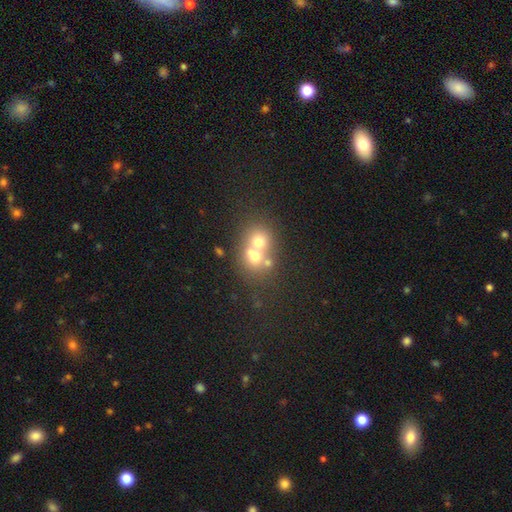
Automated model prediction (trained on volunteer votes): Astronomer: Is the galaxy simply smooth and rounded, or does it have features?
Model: smooth — 58%.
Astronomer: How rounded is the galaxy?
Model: round — 71%.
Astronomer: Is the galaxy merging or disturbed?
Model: merger — 65%.